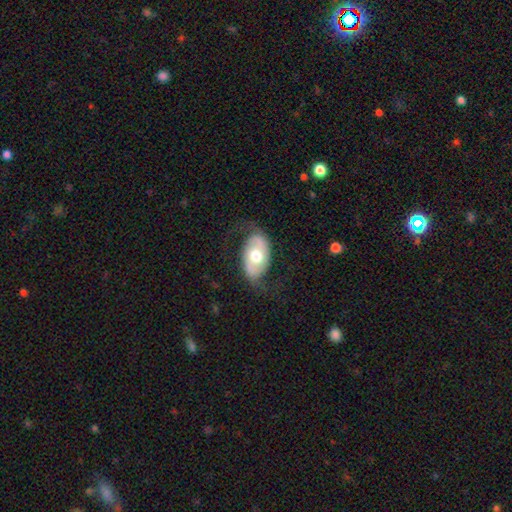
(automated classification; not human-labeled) Morphology: type=featured or disk (68%); edge-on=no (94%); bar=no (58%); spiral arms=yes (81%); winding=loose (56%); arm count=2 (88%); bulge=moderate (70%); merging=none (65%).